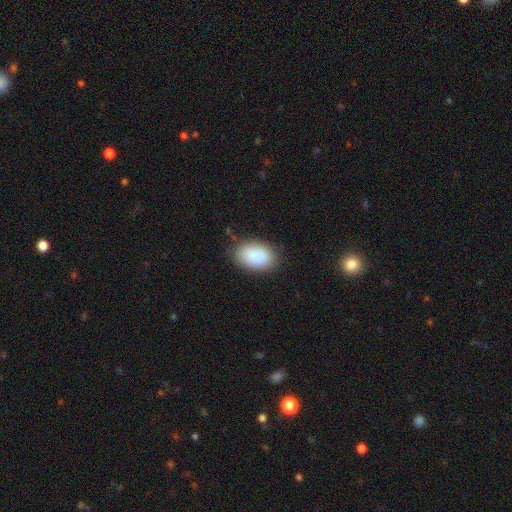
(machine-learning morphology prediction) Q: Smooth or featured?
A: smooth (81%); runner-up: featured or disk (12%)
Q: How rounded?
A: in between (87%); runner-up: round (12%)
Q: Merging?
A: none (75%); runner-up: minor disturbance (16%)